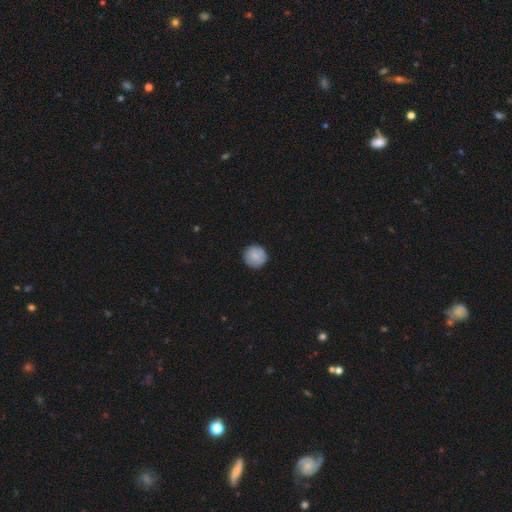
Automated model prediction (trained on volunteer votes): Smooth or featured: smooth — 84% (featured or disk — 9%)
How rounded: round — 95% (in between — 4%)
Merging: none — 90% (minor disturbance — 8%)